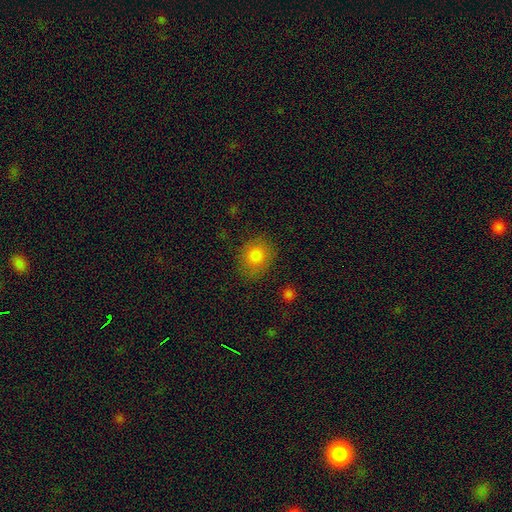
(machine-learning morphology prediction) smooth_or_featured: smooth (p=0.83) [alt: star or artifact p=0.09]
how_rounded: round (p=0.62) [alt: in between p=0.37]
merging: none (p=0.79) [alt: minor disturbance p=0.15]